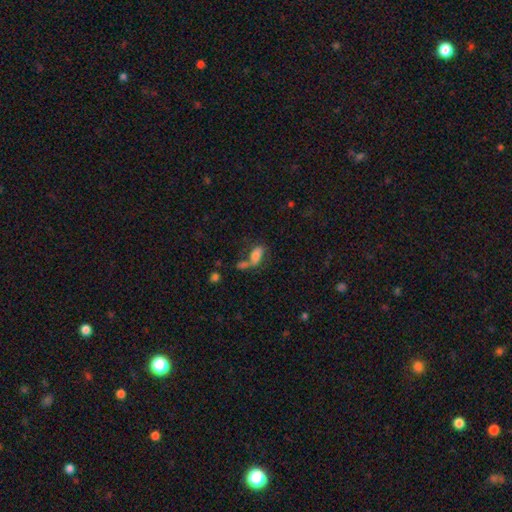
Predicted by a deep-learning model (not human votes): smooth 69%, featured or disk 20%, star or artifact 12%. Down the decision tree: how rounded — in between (86%); merging — merger (42%).